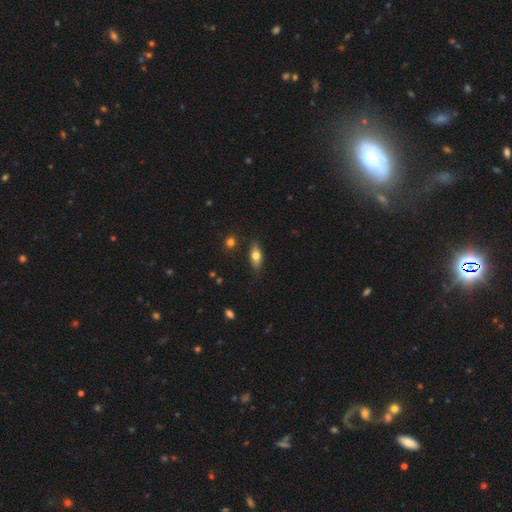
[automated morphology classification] Smooth or featured? Predicted: smooth (p=0.70). How rounded? Predicted: in between (p=0.75). Merging? Predicted: none (p=0.82).